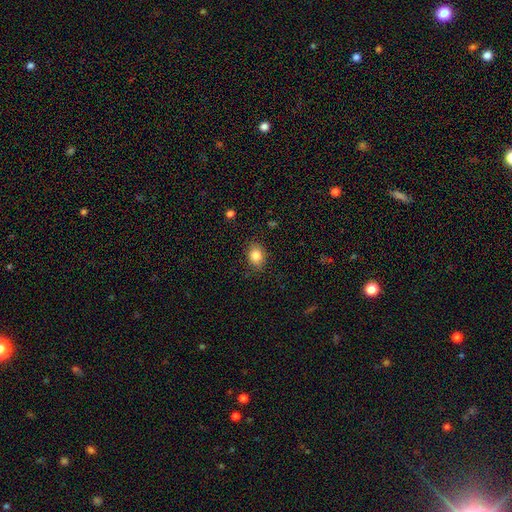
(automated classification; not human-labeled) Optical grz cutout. It shows a smooth galaxy with no disk features (84%) that is in between round and cigar-shaped (60%). Merging: none (84%).